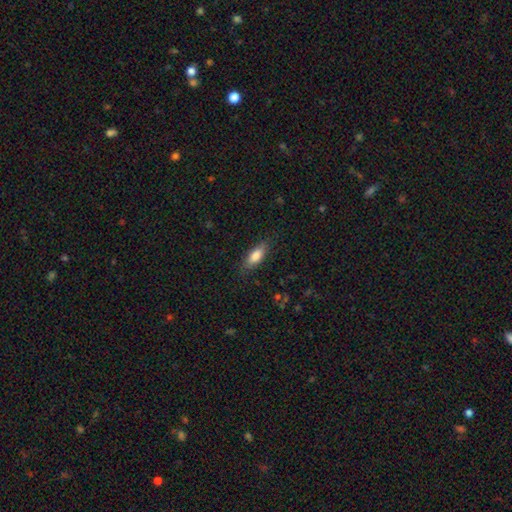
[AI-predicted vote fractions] Overall: smooth (81%). How rounded: in between (70%). Merging: none (82%).